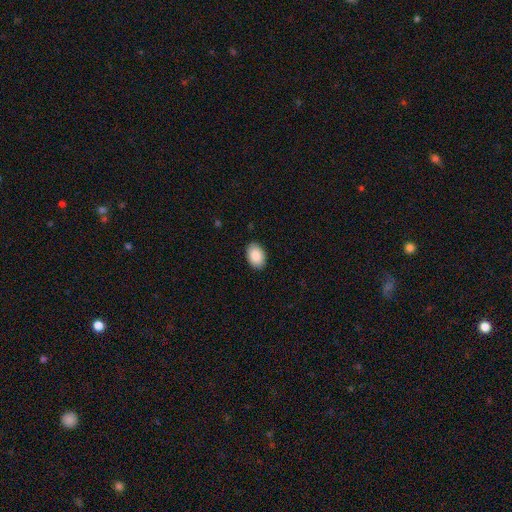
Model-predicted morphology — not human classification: Smooth or featured: smooth — 88% (star or artifact — 6%)
How rounded: in between — 88% (round — 11%)
Merging: none — 90% (minor disturbance — 8%)